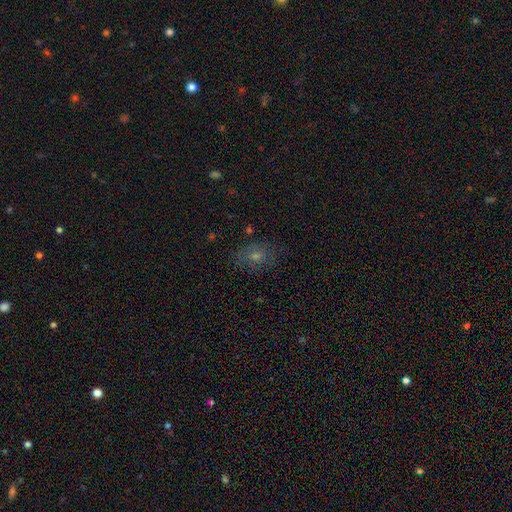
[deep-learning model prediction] Smooth or featured? smooth (56%)
How rounded? in between (62%)
Merging? none (73%)